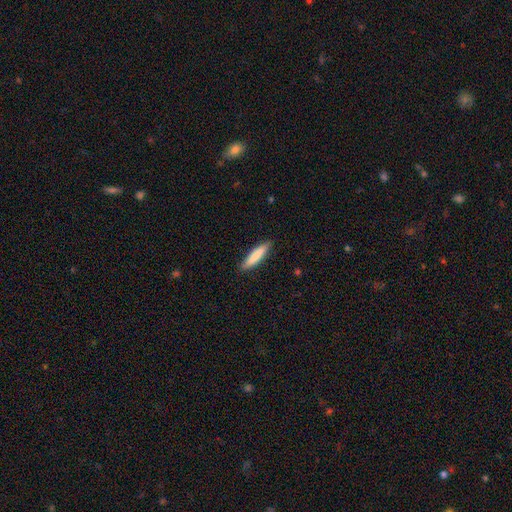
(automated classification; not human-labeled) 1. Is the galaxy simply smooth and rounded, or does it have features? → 82% smooth, 13% featured or disk, 5% star or artifact.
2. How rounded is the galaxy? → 84% cigar-shaped, 15% in between, 1% round.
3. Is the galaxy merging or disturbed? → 89% none, 8% minor disturbance, 2% major disturbance, 1% merger.